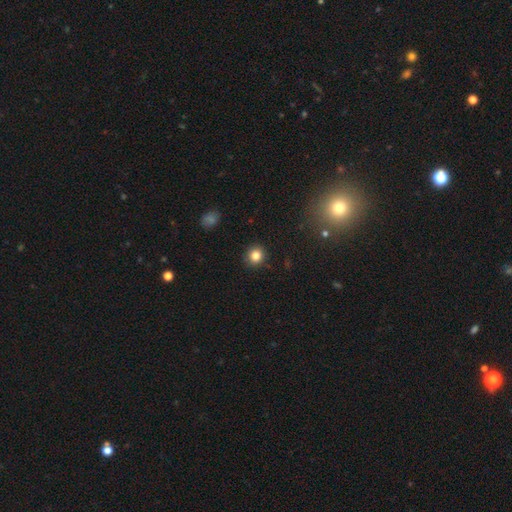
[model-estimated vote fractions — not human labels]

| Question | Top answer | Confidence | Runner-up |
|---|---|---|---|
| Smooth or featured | smooth | 84% | star or artifact (11%) |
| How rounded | round | 88% | in between (11%) |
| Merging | none | 90% | minor disturbance (7%) |